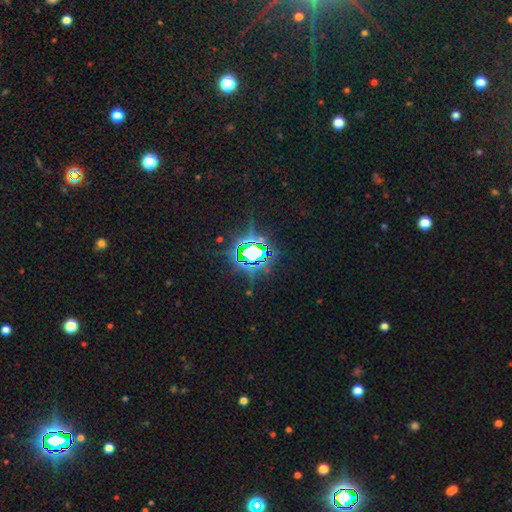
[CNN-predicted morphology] A star or artifact, not a galaxy (79%).